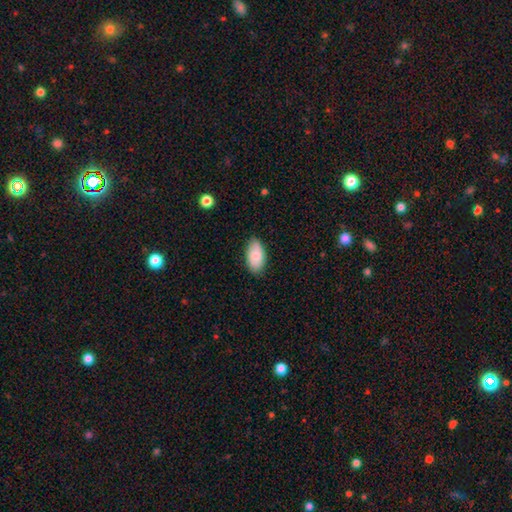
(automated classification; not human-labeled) Morphology: type=smooth (85%); roundness=in between (95%); merging=none (81%).